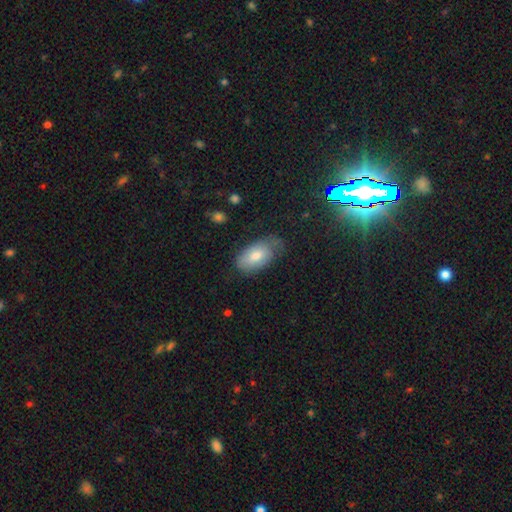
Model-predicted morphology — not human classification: The model was most divided on "merging": none: 58%, minor disturbance: 31%, major disturbance: 10%, merger: 1%. More confident: how rounded — in between (93%); smooth or featured — smooth (67%).